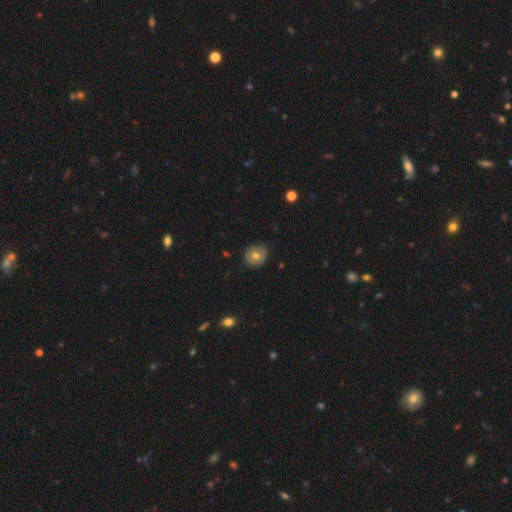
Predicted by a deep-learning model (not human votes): Smooth or featured? smooth (66%)
How rounded? round (86%)
Merging? none (85%)